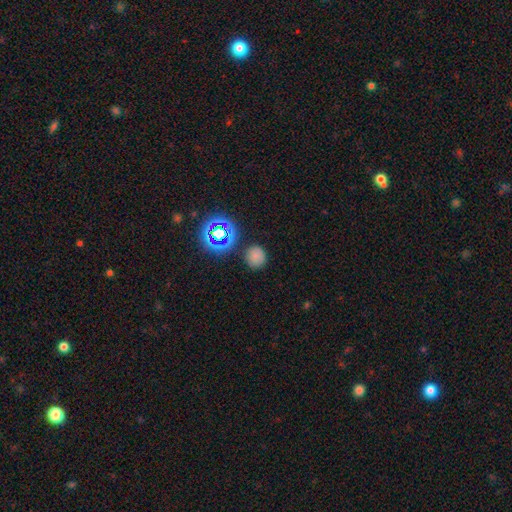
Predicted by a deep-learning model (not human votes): Smooth or featured? Predicted: smooth (p=0.71). How rounded? Predicted: round (p=0.87). Merging? Predicted: none (p=0.83).